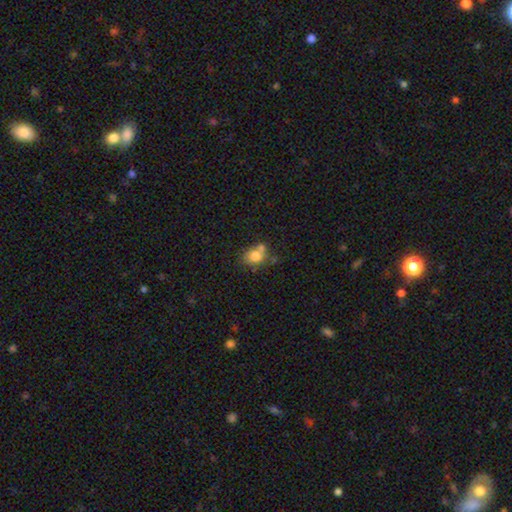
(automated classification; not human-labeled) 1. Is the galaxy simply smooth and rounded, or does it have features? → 76% smooth, 14% featured or disk, 10% star or artifact.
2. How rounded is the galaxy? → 53% round, 46% in between, 1% cigar-shaped.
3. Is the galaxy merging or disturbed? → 48% none, 31% merger, 16% minor disturbance, 5% major disturbance.